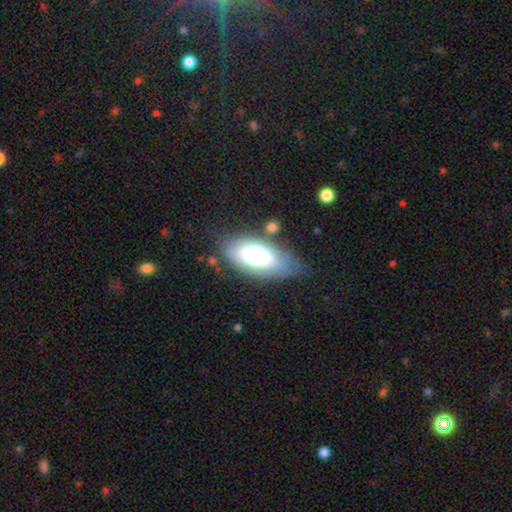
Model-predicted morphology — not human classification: The model was most divided on "merging": none: 58%, minor disturbance: 25%, major disturbance: 12%, merger: 5%. More confident: how rounded — in between (90%); smooth or featured — smooth (64%).